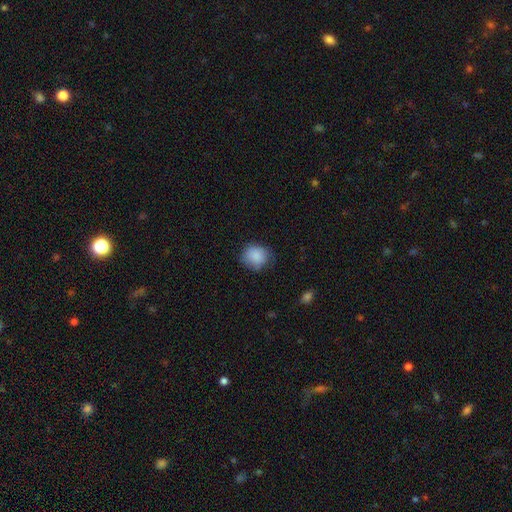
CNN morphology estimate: Smooth or featured: smooth — 87% (star or artifact — 8%)
How rounded: round — 78% (in between — 21%)
Merging: none — 71% (minor disturbance — 22%)